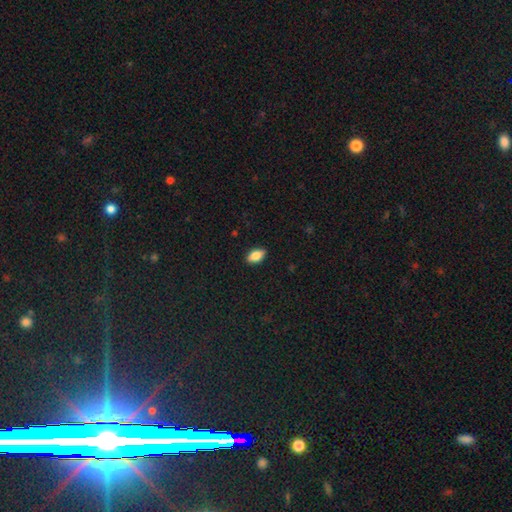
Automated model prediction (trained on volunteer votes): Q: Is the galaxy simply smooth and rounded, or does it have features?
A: smooth — 83%.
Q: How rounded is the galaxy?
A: in between — 91%.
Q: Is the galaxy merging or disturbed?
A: none — 88%.